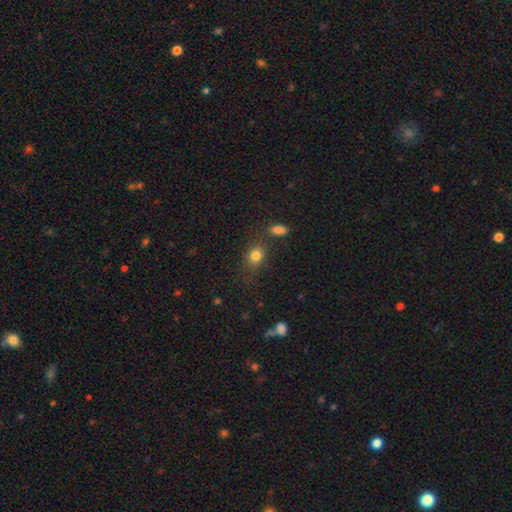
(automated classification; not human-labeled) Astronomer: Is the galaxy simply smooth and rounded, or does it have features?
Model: smooth — 81%.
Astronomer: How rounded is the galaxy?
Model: in between — 57% (runner-up: round, 41%).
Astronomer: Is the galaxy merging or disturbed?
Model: none — 68%.